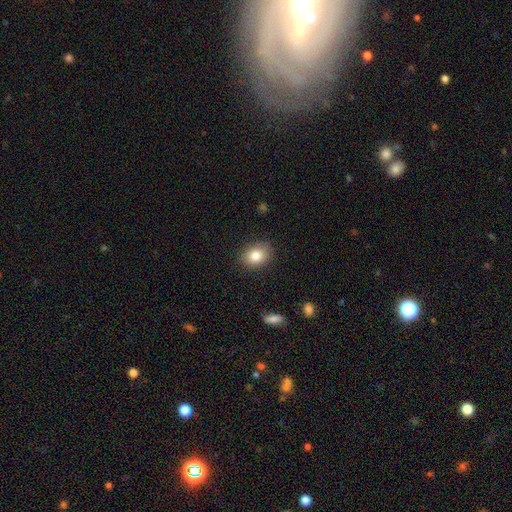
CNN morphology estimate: Smooth or featured? Predicted: smooth (p=0.83). How rounded? Predicted: in between (p=0.65). Merging? Predicted: none (p=0.86).